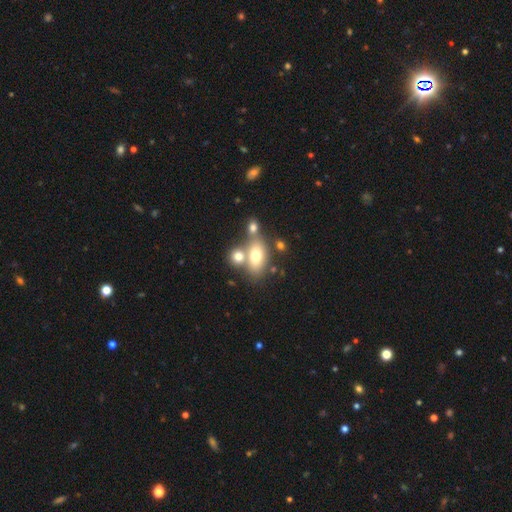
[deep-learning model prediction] smooth-or-featured: smooth: 70% | featured or disk: 20% | star or artifact: 10%
  how-rounded: in between: 81% | round: 15% | cigar-shaped: 4%
  merging: merger: 44% | none: 42% | minor disturbance: 10% | major disturbance: 4%